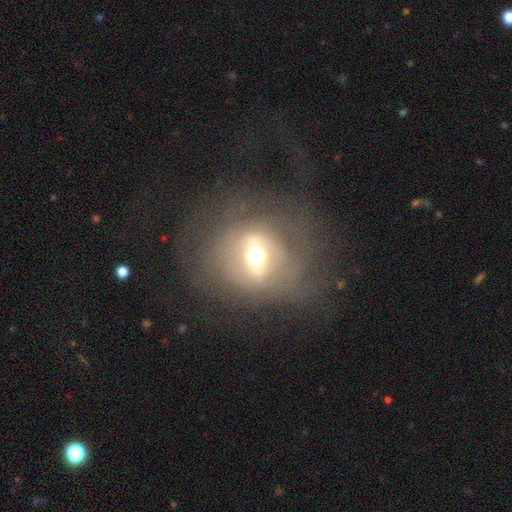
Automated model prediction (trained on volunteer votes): This appears to be a featured or disk galaxy (54%). Merging: none (67%).